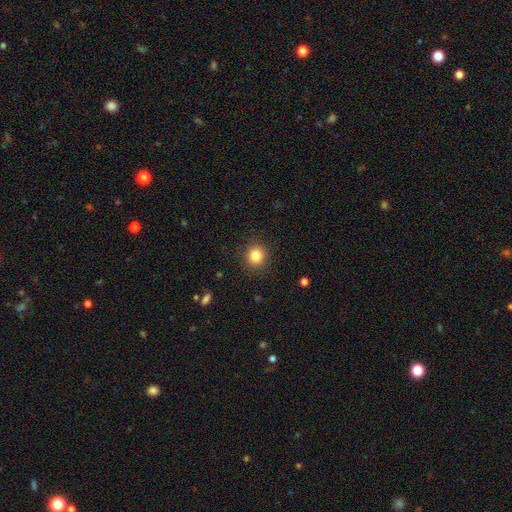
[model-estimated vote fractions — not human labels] smooth 84%, star or artifact 11%, featured or disk 5%. Down the decision tree: how rounded — round (86%); merging — none (89%).